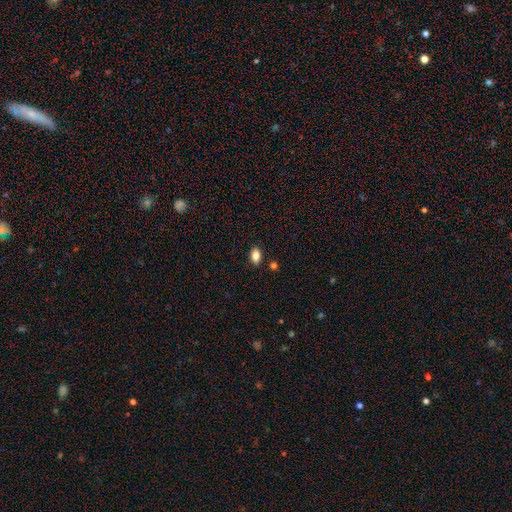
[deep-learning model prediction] smooth 86%, star or artifact 9%, featured or disk 5%. Down the decision tree: how rounded — in between (89%); merging — none (86%).